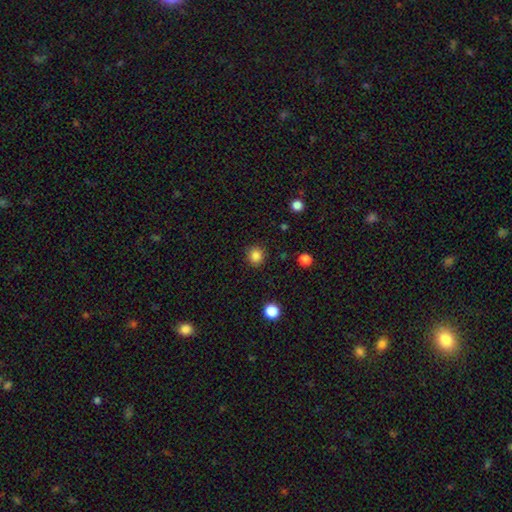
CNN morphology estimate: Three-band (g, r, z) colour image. It shows a smooth galaxy with no disk features (85%) that is round (88%). Merging: none (89%).